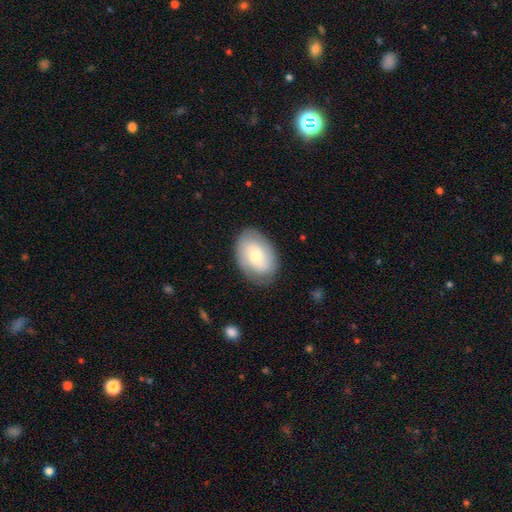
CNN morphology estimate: Smooth or featured?
  - smooth: 50% *
  - featured or disk: 44%
  - star or artifact: 6%
Merging?
  - none: 81% *
  - minor disturbance: 14%
  - major disturbance: 4%
  - merger: 1%